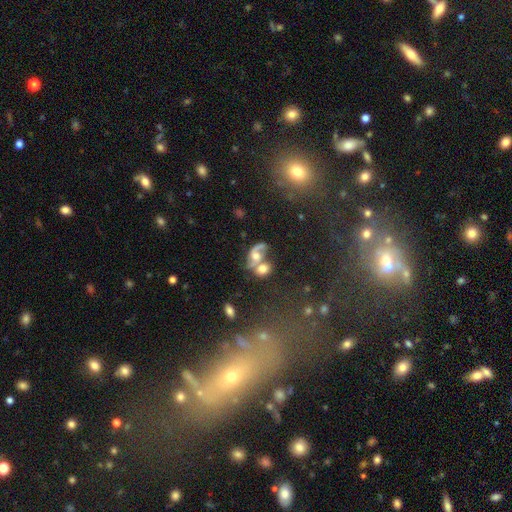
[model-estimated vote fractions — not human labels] Smooth or featured? featured or disk (57%)
Edge-on disk? no (96%)
Bar? no (71%)
Spiral arms? yes (76%)
Bulge size? moderate (55%)
Merging? merger (63%)